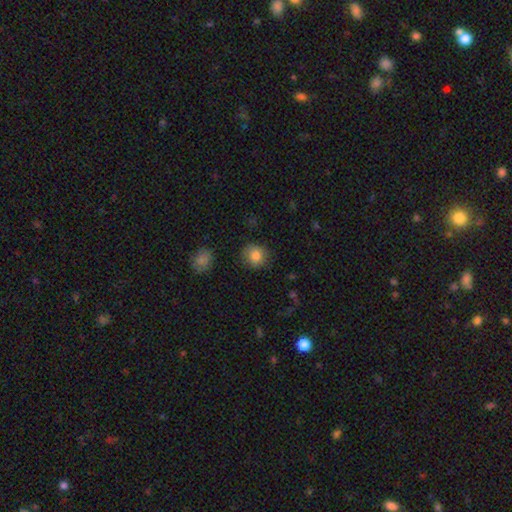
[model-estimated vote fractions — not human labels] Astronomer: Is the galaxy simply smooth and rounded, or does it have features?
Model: smooth — 83%.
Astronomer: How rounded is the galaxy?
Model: round — 88%.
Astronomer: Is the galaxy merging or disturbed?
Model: none — 83%.